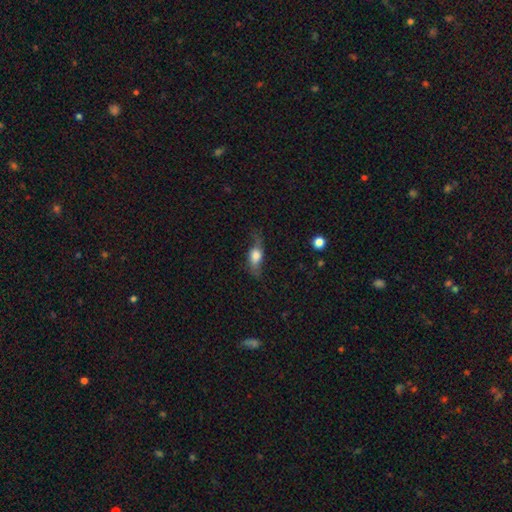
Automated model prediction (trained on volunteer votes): This appears to be a smooth galaxy with no disk features (55%) that is in between round and cigar-shaped (70%). Merging: none (56%).